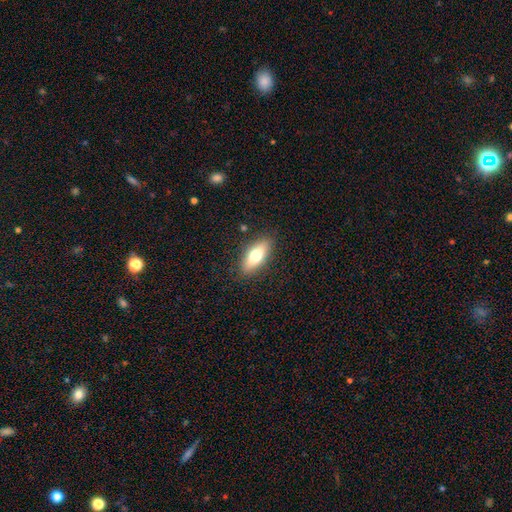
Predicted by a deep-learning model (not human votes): The model was most divided on "smooth or featured": smooth: 70%, featured or disk: 23%, star or artifact: 7%. More confident: merging — none (86%); how rounded — in between (76%).